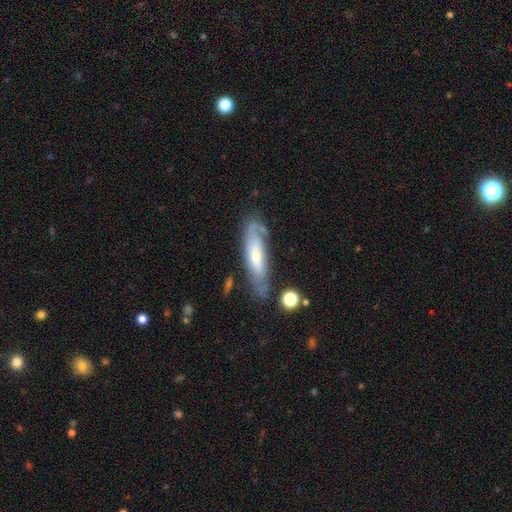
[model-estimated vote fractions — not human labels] featured or disk 55%, smooth 39%, star or artifact 6%. Down the decision tree: edge-on disk — no (63%); merging — none (62%).